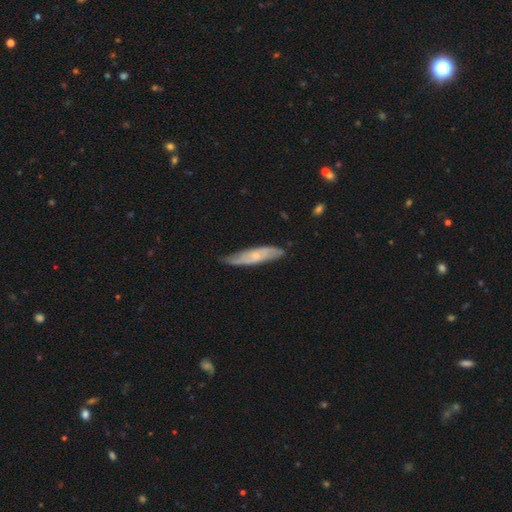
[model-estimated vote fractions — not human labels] Morphology: type=featured or disk (56%); edge-on=no (57%); merging=none (74%).